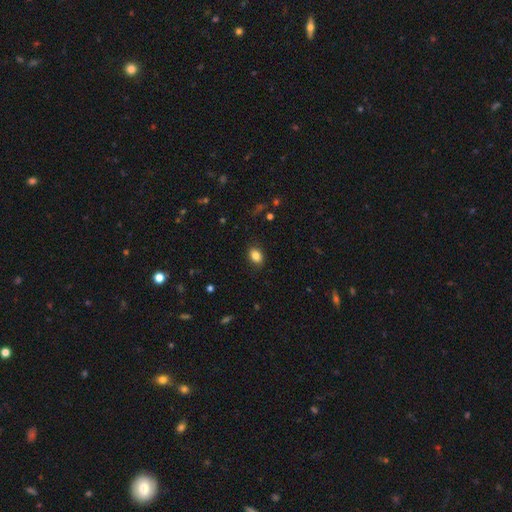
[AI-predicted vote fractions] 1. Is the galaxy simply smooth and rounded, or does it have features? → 85% smooth, 9% star or artifact, 6% featured or disk.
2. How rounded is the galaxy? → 74% in between, 24% round, 1% cigar-shaped.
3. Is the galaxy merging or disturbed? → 87% none, 10% minor disturbance, 3% major disturbance, 1% merger.